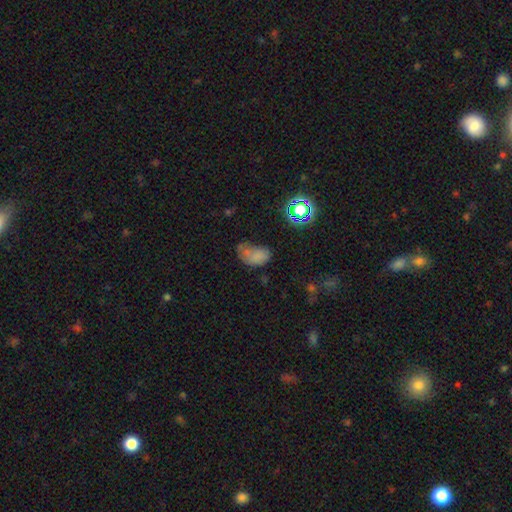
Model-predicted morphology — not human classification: The model was most divided on "merging": none: 34%, minor disturbance: 31%, major disturbance: 25%, merger: 11%. More confident: how rounded — in between (86%); smooth or featured — smooth (64%).